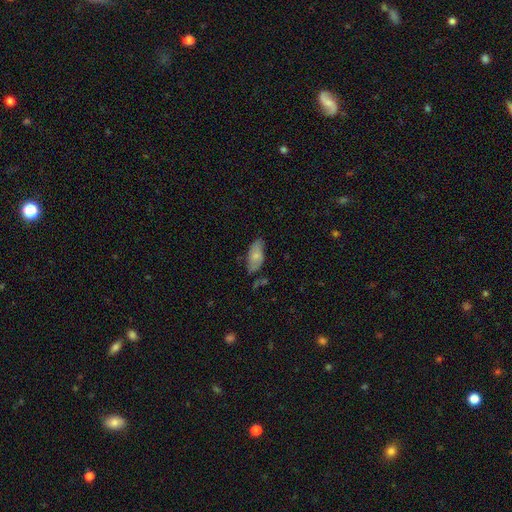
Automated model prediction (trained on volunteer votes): This is likely a smooth galaxy (73%). How rounded: clearly in between (89%). Merging: likely none (63%).